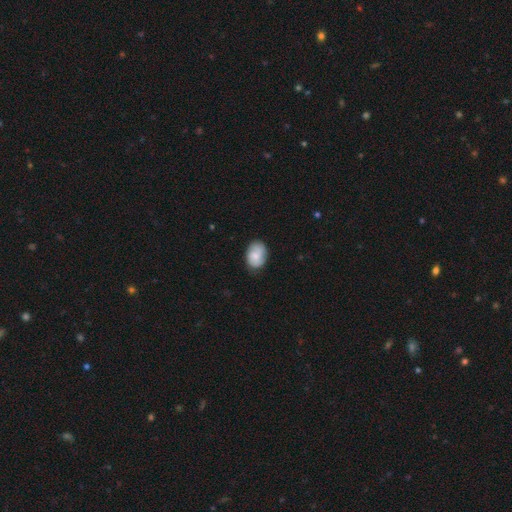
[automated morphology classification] smooth 74%, featured or disk 20%, star or artifact 7%. Down the decision tree: how rounded — in between (76%); merging — none (77%).